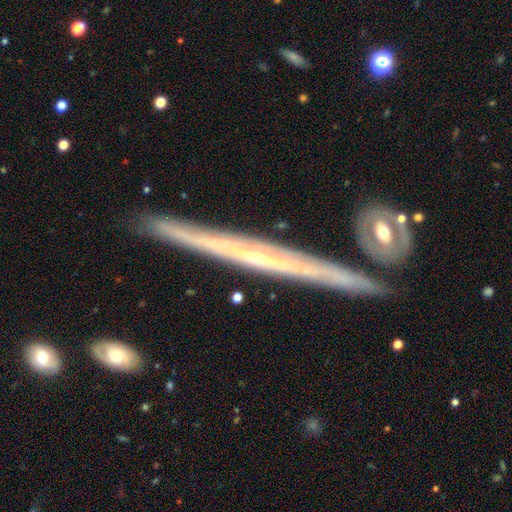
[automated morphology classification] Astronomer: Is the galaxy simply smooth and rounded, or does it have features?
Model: featured or disk — 78%.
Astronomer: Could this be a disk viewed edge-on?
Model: yes — 94%.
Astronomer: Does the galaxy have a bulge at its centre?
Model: none — 59% (runner-up: rounded, 36%).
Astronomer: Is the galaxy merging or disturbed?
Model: none — 83%.